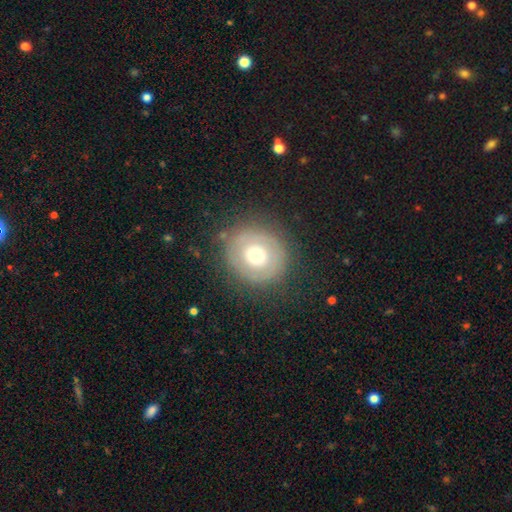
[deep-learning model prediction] Q: Smooth or featured?
A: smooth (50%); runner-up: featured or disk (42%)
Q: Merging?
A: none (80%); runner-up: minor disturbance (13%)